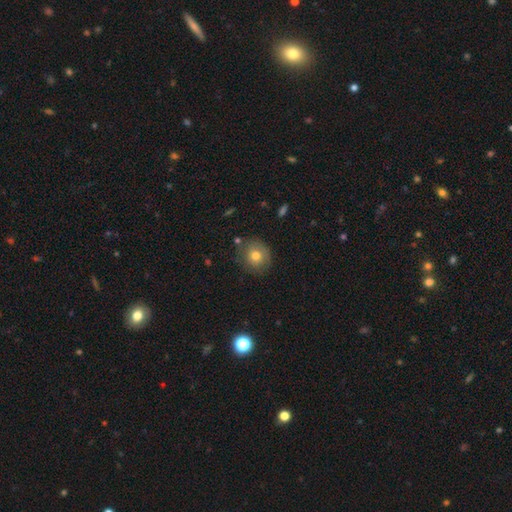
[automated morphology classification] A smooth galaxy with no disk features (66%) that is round (80%).

Vote fractions:
- Smooth or featured? smooth: 66% / featured or disk: 24% / star or artifact: 10%
- How rounded? round: 80% / in between: 19% / cigar-shaped: 1%
- Merging? none: 76% / minor disturbance: 17% / major disturbance: 5% / merger: 3%